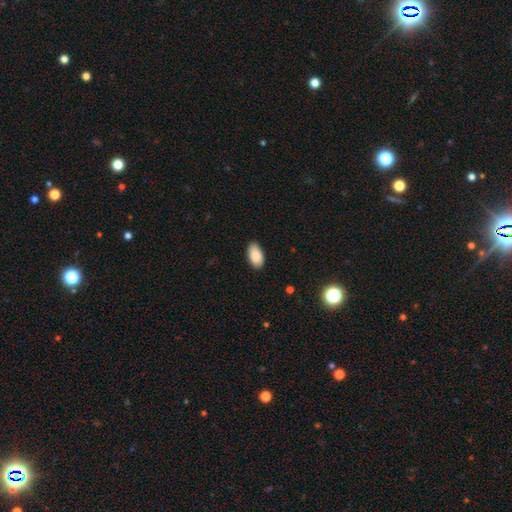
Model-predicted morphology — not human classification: A smooth galaxy with no disk features (89%) that is in between round and cigar-shaped (95%).

Vote fractions:
- Smooth or featured? smooth: 89% / star or artifact: 7% / featured or disk: 5%
- How rounded? in between: 95% / round: 2% / cigar-shaped: 2%
- Merging? none: 87% / minor disturbance: 10% / major disturbance: 2% / merger: 1%